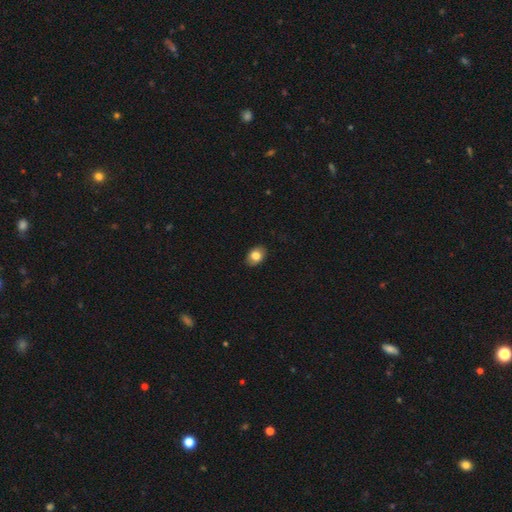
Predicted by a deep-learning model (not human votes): The model was most divided on "how rounded": in between: 75%, round: 24%, cigar-shaped: 1%. More confident: merging — none (88%); smooth or featured — smooth (81%).